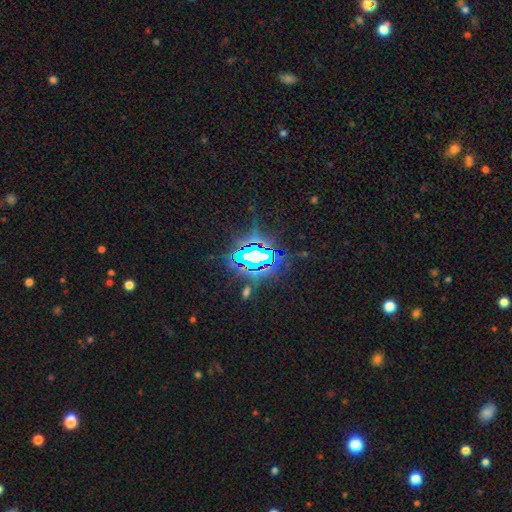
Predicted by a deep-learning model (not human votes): A star or artifact, not a galaxy (77%).